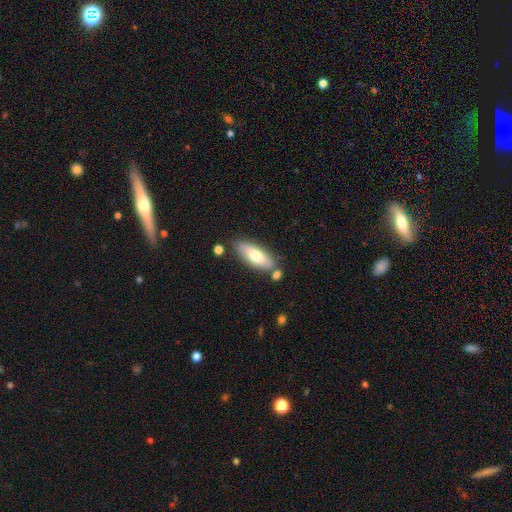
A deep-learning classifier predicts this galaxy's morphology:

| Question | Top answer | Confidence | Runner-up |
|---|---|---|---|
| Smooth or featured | smooth | 69% | featured or disk (25%) |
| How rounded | in between | 71% | cigar-shaped (27%) |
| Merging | none | 74% | minor disturbance (14%) |